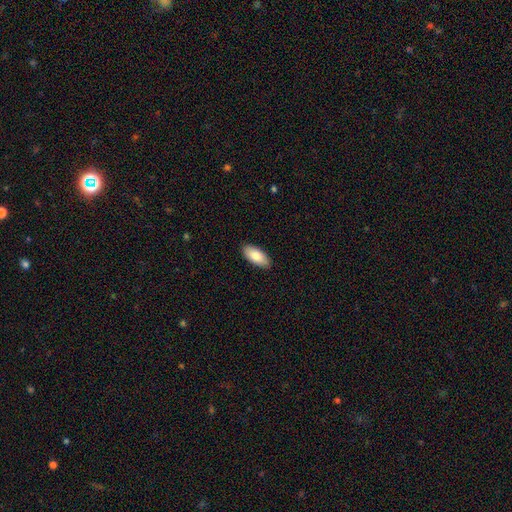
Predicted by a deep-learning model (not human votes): Smooth or featured? smooth (82%)
How rounded? in between (91%)
Merging? none (89%)